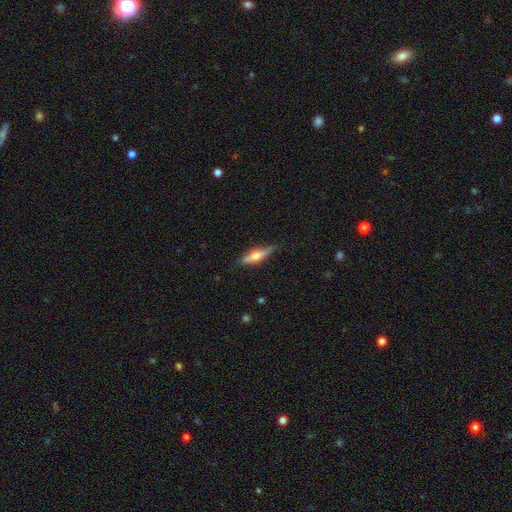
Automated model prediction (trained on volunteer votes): Q: Smooth or featured?
A: featured or disk (50%); runner-up: smooth (44%)
Q: Merging?
A: none (80%); runner-up: minor disturbance (16%)